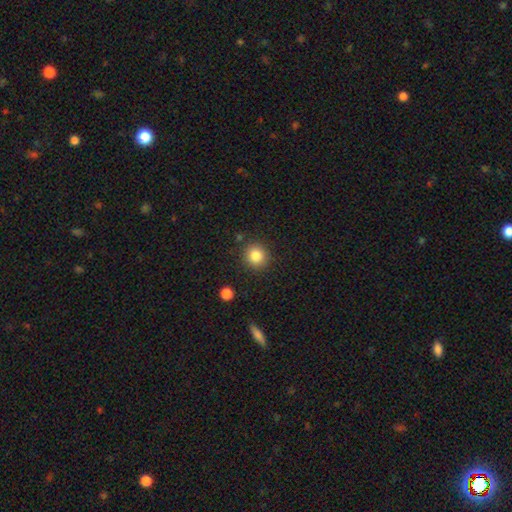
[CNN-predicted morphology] type=smooth (84%); roundness=round (88%); merging=none (87%).